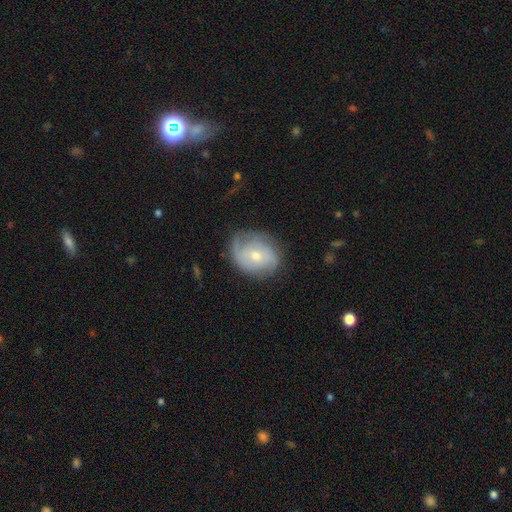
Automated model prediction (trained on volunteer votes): Overall: featured or disk (62%; smooth 31%). Edge-on disk: no (97%). Bar: no (64%; weak 30%). Spiral arms: yes (84%). Spiral arm count: 2 (45%; can't tell 29%). Spiral winding: tight (44%; medium 37%). Bulge size: moderate (48%, tied with small). Merging: none (67%).